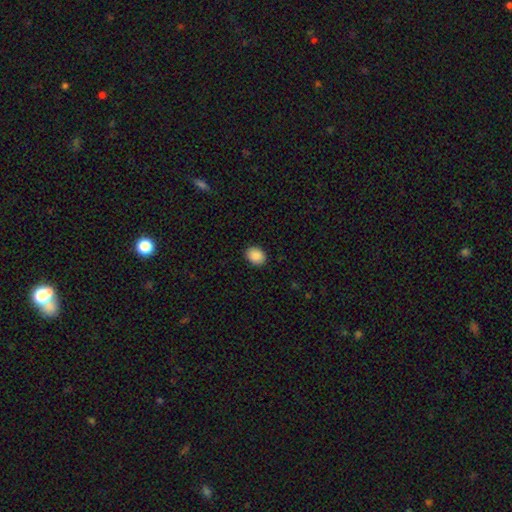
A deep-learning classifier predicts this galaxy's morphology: The model was most divided on "how rounded": in between: 54%, round: 45%, cigar-shaped: 1%. More confident: merging — none (91%); smooth or featured — smooth (89%).